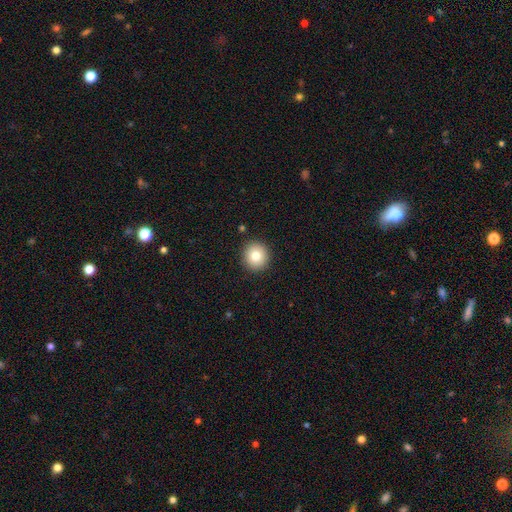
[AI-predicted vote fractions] The model was most divided on "smooth or featured": smooth: 80%, star or artifact: 10%, featured or disk: 10%. More confident: how rounded — round (92%); merging — none (91%).